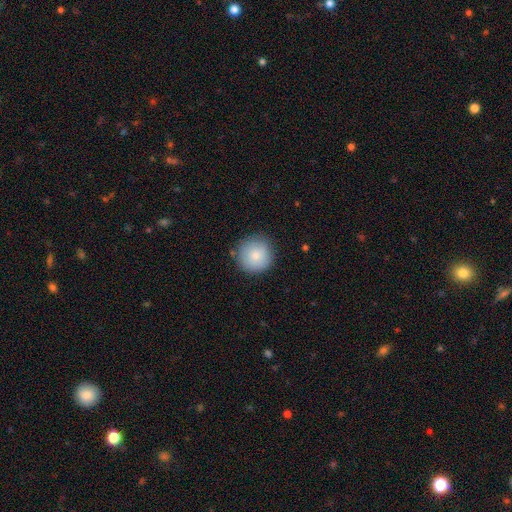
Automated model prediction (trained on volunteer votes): This is clearly a smooth galaxy (82%). How rounded: clearly round (95%). Merging: clearly none (84%).